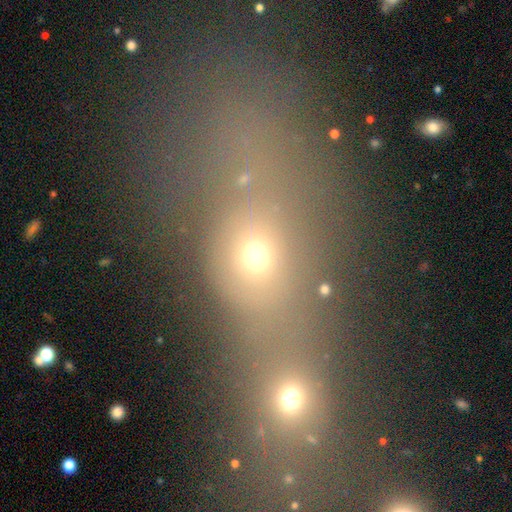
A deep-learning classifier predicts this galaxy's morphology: A smooth galaxy with no disk features (63%) that is in between round and cigar-shaped (49%). Merging: merger (63%).